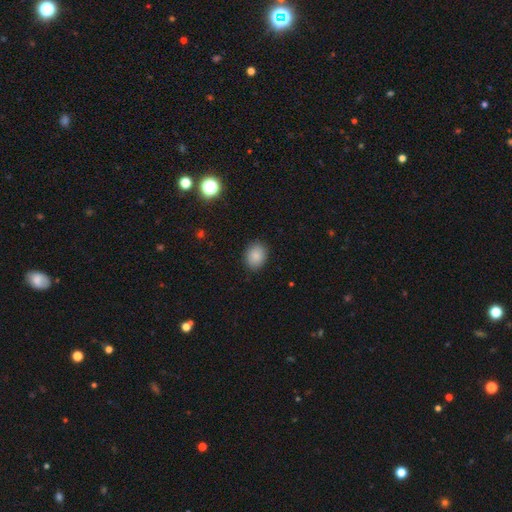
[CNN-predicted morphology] Smooth or featured?
  - smooth: 86% *
  - star or artifact: 9%
  - featured or disk: 5%
How rounded?
  - in between: 56% *
  - round: 43%
  - cigar-shaped: 1%
Merging?
  - none: 88% *
  - minor disturbance: 9%
  - major disturbance: 2%
  - merger: 1%